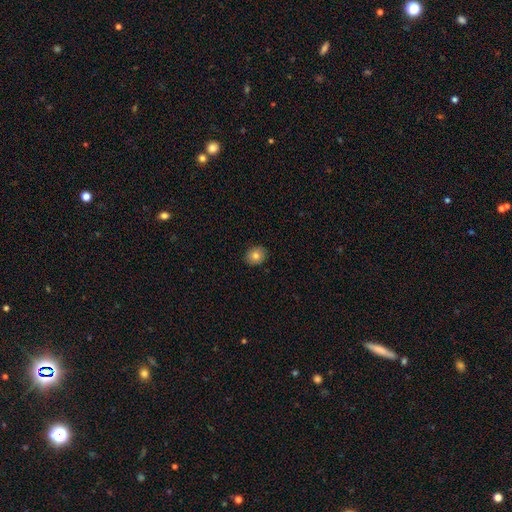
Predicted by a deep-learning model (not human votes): This is likely a smooth galaxy (80%). How rounded: likely round (62%). Merging: clearly none (89%).